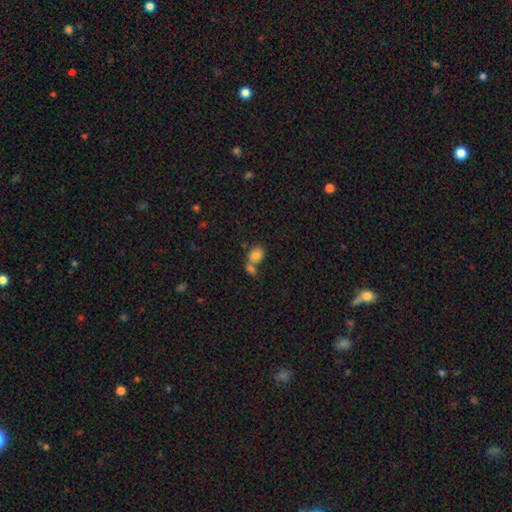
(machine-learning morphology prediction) A smooth galaxy with no disk features (81%) that is in between round and cigar-shaped (65%).

Vote fractions:
- Smooth or featured? smooth: 81% / star or artifact: 9% / featured or disk: 9%
- How rounded? in between: 65% / round: 34% / cigar-shaped: 1%
- Merging? merger: 54% / none: 33% / minor disturbance: 9% / major disturbance: 4%